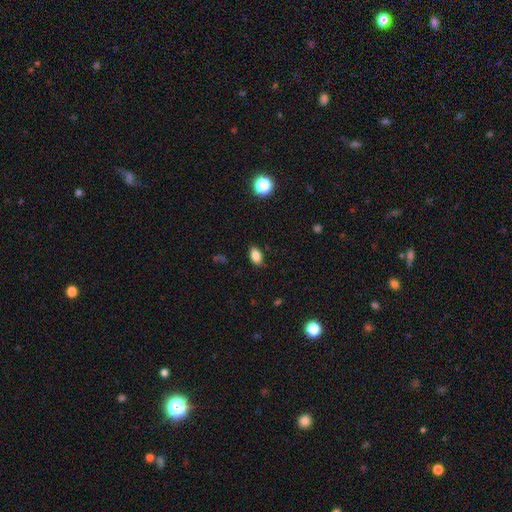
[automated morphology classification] This is clearly a smooth galaxy (84%). How rounded: clearly in between (89%). Merging: clearly none (86%).